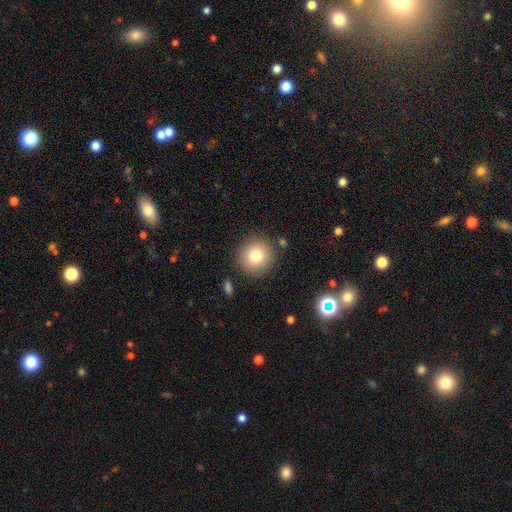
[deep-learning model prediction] The model was most divided on "smooth or featured": smooth: 80%, star or artifact: 10%, featured or disk: 10%. More confident: how rounded — round (93%); merging — none (85%).